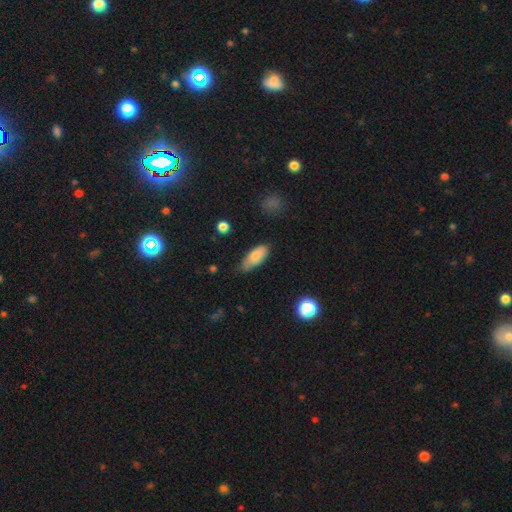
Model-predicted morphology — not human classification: smooth-or-featured: smooth: 82% | featured or disk: 12% | star or artifact: 7%
  how-rounded: in between: 82% | cigar-shaped: 16% | round: 2%
  merging: none: 62% | minor disturbance: 30% | major disturbance: 5% | merger: 2%